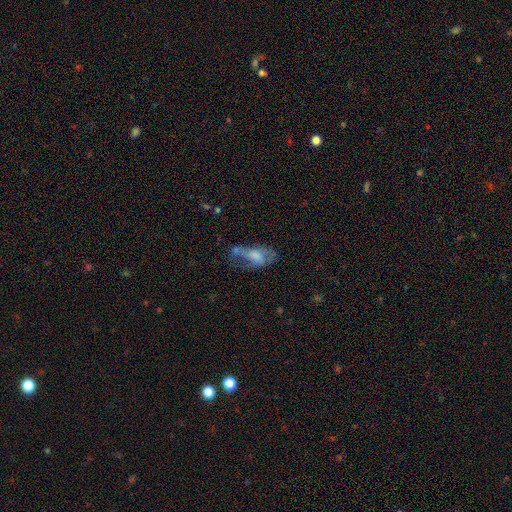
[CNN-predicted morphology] This appears to be a smooth galaxy with no disk features (50%) that is in between round and cigar-shaped (84%). Merging: major disturbance (36%).